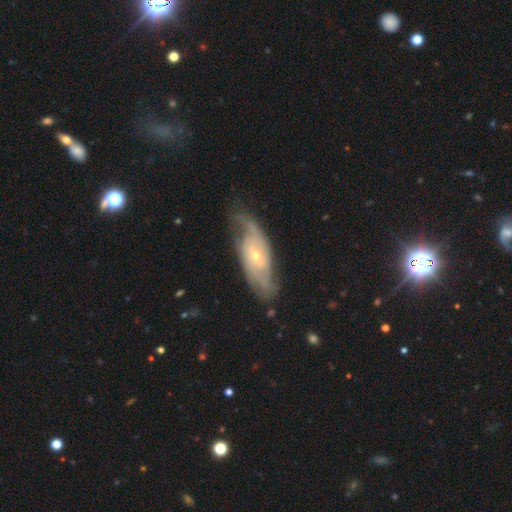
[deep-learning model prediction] A featured or disk galaxy (84%) with no bar (64%), 2 (59%) medium (42%, tied with tight) spiral arms (94%) and a small central bulge (66%).

Vote fractions:
- Smooth or featured? featured or disk: 84% / smooth: 11% / star or artifact: 5%
- Edge-on disk? no: 89% / yes: 11%
- Bar? no: 64% / weak: 29% / strong: 7%
- Spiral arms? yes: 94% / no: 6%
- Spiral winding? medium: 42% (tied) / tight: 42% (tied) / loose: 16%
- Spiral arm count? 2: 59% / can't tell: 21% / 3: 10% / 1: 3% / 4: 3% / more than 4: 3%
- Bulge size? small: 66% / moderate: 31% / large: 1% / none: 1% / dominant: 1%
- Merging? none: 71% / minor disturbance: 20% / major disturbance: 8% / merger: 2%